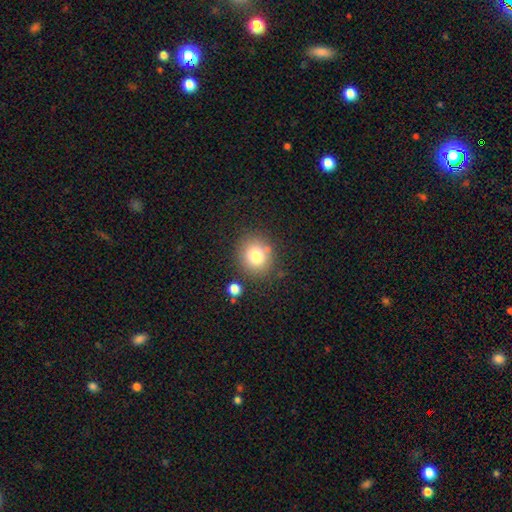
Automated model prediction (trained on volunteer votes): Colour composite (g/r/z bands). It shows a smooth galaxy with no disk features (78%) that is round (83%). Merging: none (80%).